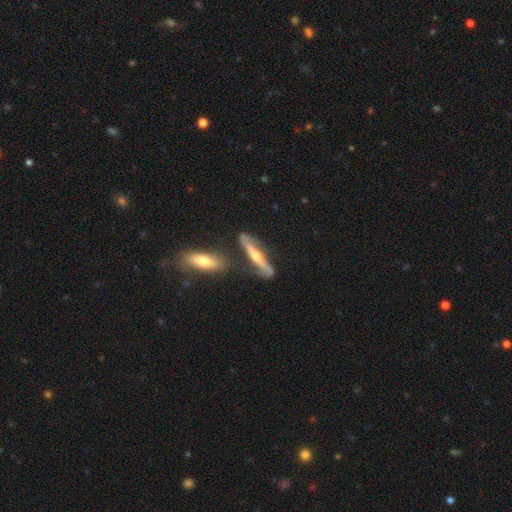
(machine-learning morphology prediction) Smooth or featured?
  - featured or disk: 75% *
  - smooth: 19%
  - star or artifact: 6%
Edge-on disk?
  - yes: 80% *
  - no: 20%
Edge-on bulge?
  - rounded: 91% *
  - none: 6%
  - boxy: 3%
Merging?
  - none: 69% *
  - minor disturbance: 15%
  - merger: 11%
  - major disturbance: 5%